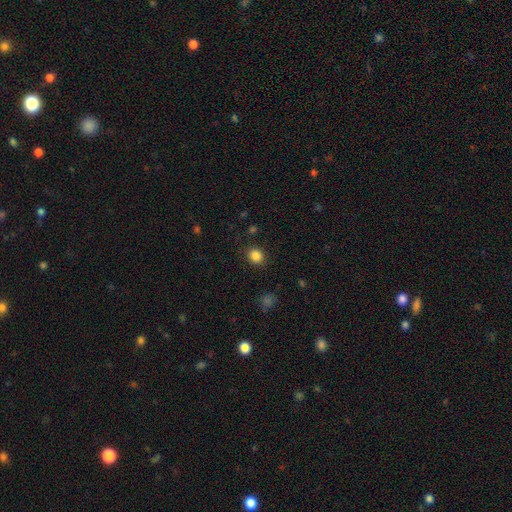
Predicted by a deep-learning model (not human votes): smooth 85%, star or artifact 11%, featured or disk 4%. Down the decision tree: how rounded — round (74%); merging — none (88%).